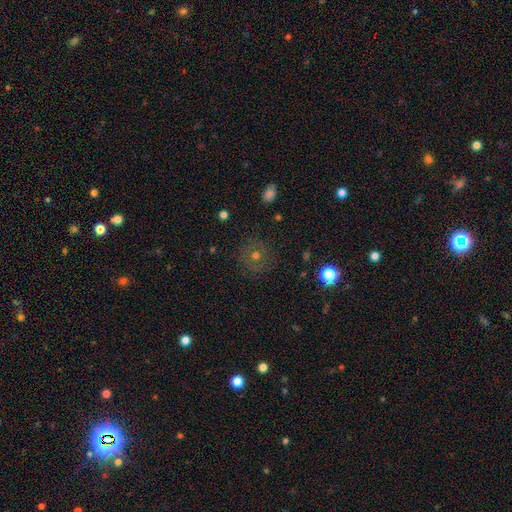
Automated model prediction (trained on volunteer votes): smooth 53%, star or artifact 25%, featured or disk 22%. Down the decision tree: how rounded — round (92%); merging — none (85%).